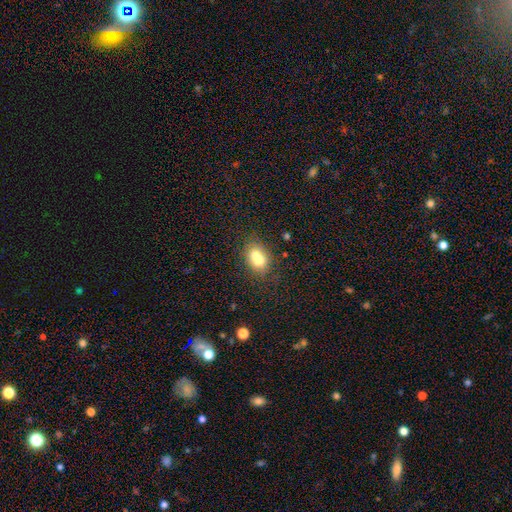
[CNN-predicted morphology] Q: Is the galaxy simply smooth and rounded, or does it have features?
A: smooth — 67%.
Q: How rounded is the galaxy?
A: in between — 61%.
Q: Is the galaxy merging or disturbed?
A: merger — 55%.